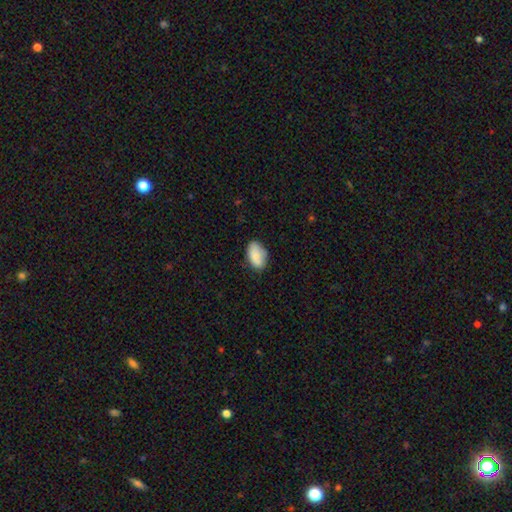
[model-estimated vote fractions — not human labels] Q: Smooth or featured?
A: smooth (84%); runner-up: featured or disk (9%)
Q: How rounded?
A: in between (93%); runner-up: round (6%)
Q: Merging?
A: none (71%); runner-up: minor disturbance (23%)